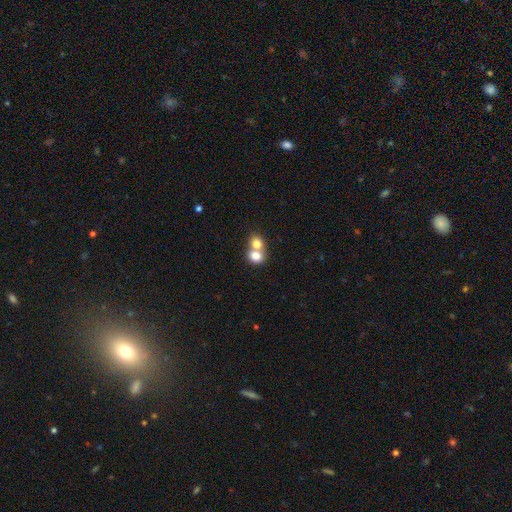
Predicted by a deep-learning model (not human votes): Smooth or featured? Predicted: smooth (p=0.78). How rounded? Predicted: round (p=0.66). Merging? Predicted: merger (p=0.66).